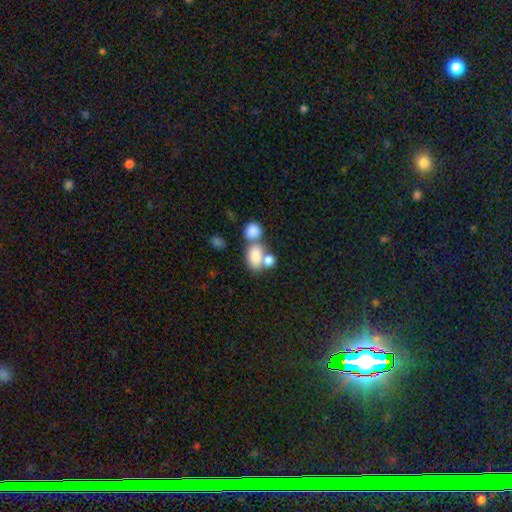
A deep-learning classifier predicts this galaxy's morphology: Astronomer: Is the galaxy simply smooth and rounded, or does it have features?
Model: smooth — 79%.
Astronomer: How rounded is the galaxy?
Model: in between — 80%.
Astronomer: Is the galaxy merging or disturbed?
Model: merger — 54% (runner-up: none, 30%).